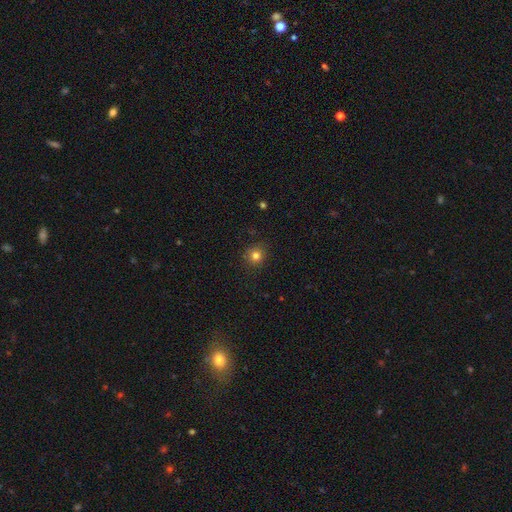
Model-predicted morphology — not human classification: smooth 79%, star or artifact 14%, featured or disk 7%. Down the decision tree: how rounded — round (90%); merging — none (86%).